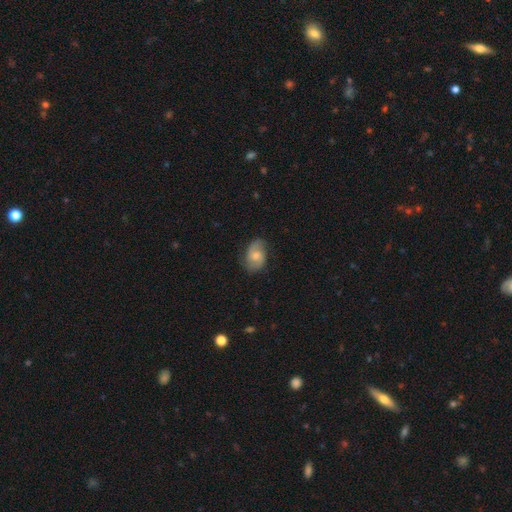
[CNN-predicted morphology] Smooth or featured: featured or disk — 61% (smooth — 32%)
Edge-on disk: no — 97% (yes — 3%)
Bar: no — 59% (weak — 36%)
Spiral arms: yes — 91% (no — 9%)
Spiral winding: medium — 48% (loose — 30%)
Spiral arm count: 2 — 86% (can't tell — 8%)
Bulge size: moderate — 53% (small — 36%)
Merging: none — 76% (minor disturbance — 18%)